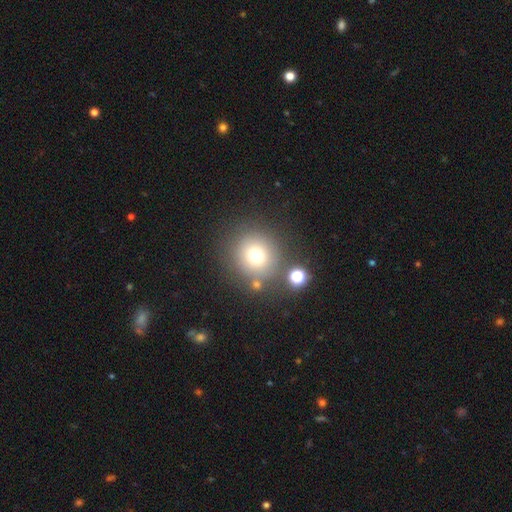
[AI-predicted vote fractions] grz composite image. It shows a smooth galaxy with no disk features (71%) that is round (92%). Merging: none (77%).